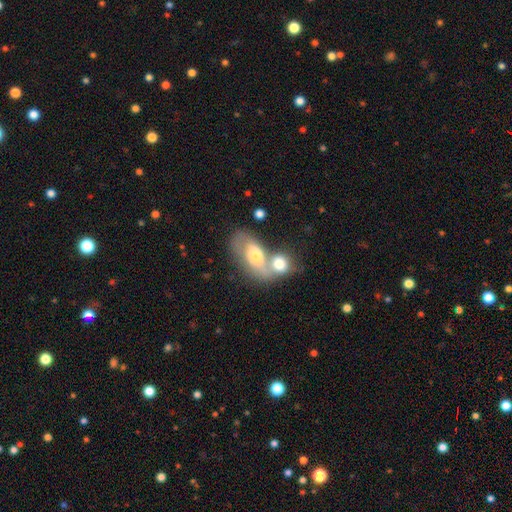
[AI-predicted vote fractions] Q: Smooth or featured?
A: smooth (52%); runner-up: featured or disk (41%)
Q: How rounded?
A: in between (83%); runner-up: round (12%)
Q: Merging?
A: merger (63%); runner-up: none (20%)